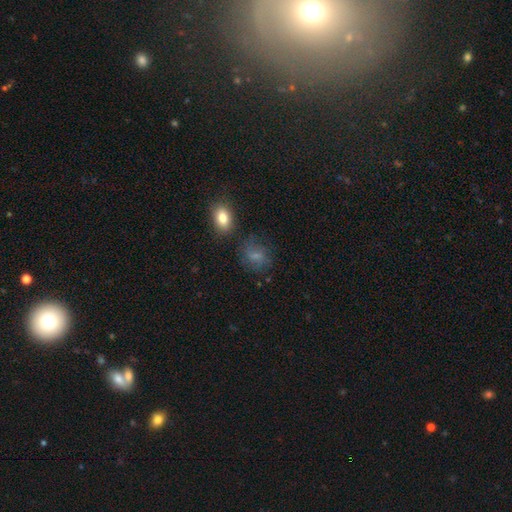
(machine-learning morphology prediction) This appears to be a smooth galaxy with no disk features (66%) that is in between round and cigar-shaped (50%). Merging: none (68%).